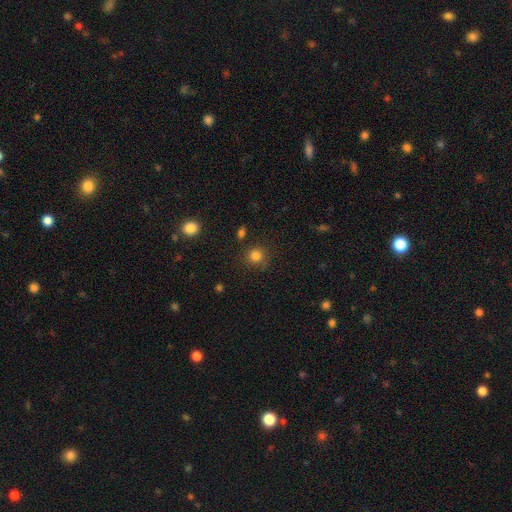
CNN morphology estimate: smooth-or-featured: smooth: 82% | star or artifact: 13% | featured or disk: 5%
  how-rounded: round: 90% | in between: 9% | cigar-shaped: 1%
  merging: none: 82% | minor disturbance: 11% | major disturbance: 4% | merger: 3%